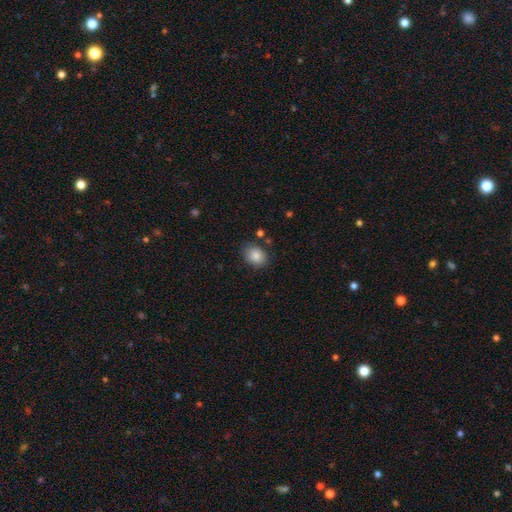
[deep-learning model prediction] Overall: smooth (86%). How rounded: in between (55%; round 44%). Merging: none (80%).